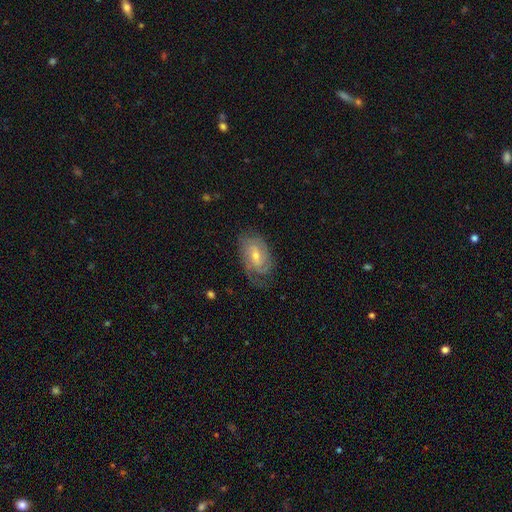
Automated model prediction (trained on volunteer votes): A featured or disk galaxy (75%) with a weak bar (48%), 2 (38%) tight (53%) spiral arms (91%) and a small central bulge (51%).

Vote fractions:
- Smooth or featured? featured or disk: 75% / smooth: 19% / star or artifact: 6%
- Edge-on disk? no: 95% / yes: 5%
- Bar? weak: 48% / no: 41% / strong: 10%
- Spiral arms? yes: 91% / no: 9%
- Spiral winding? tight: 53% / medium: 35% / loose: 12%
- Spiral arm count? 2: 38% / can't tell: 32% / 3: 14% / 1: 9% / 4: 4% / more than 4: 3%
- Bulge size? small: 51% / moderate: 45% / none: 2% / large: 2% / dominant: 1%
- Merging? none: 64% / minor disturbance: 23% / major disturbance: 12% / merger: 1%